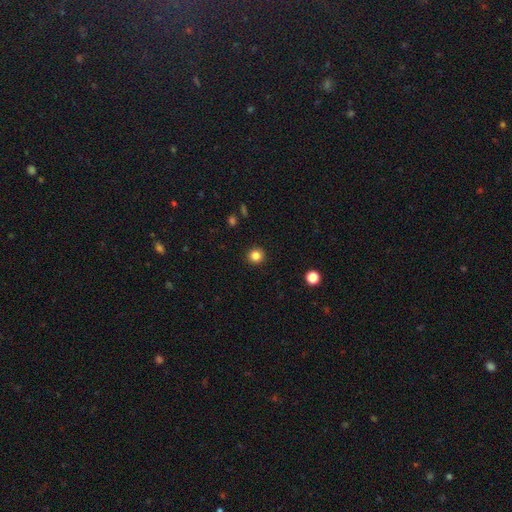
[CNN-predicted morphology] A smooth galaxy with no disk features (84%) that is round (94%).

Vote fractions:
- Smooth or featured? smooth: 84% / star or artifact: 12% / featured or disk: 4%
- How rounded? round: 94% / in between: 6% / cigar-shaped: 1%
- Merging? none: 92% / minor disturbance: 5% / major disturbance: 2% / merger: 1%